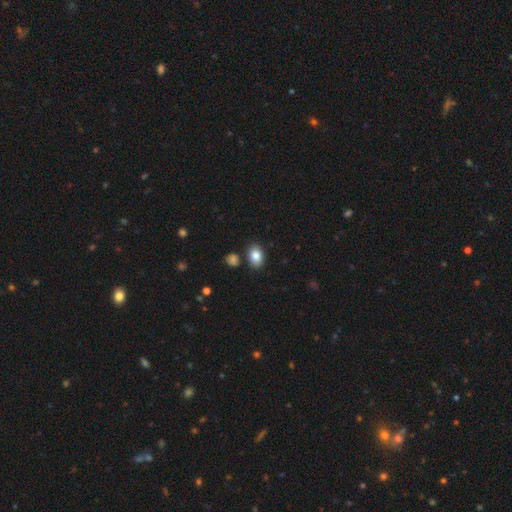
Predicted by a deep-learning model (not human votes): Smooth or featured: smooth — 85% (star or artifact — 8%)
How rounded: in between — 80% (round — 19%)
Merging: none — 83% (minor disturbance — 10%)